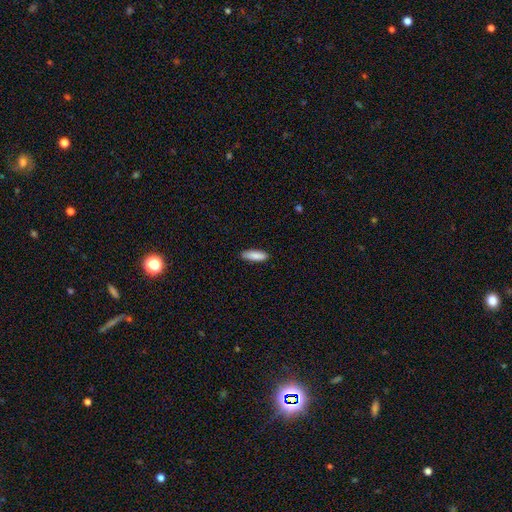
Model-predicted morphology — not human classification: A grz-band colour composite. It shows a smooth galaxy with no disk features (88%) that is cigar-shaped (52%). Merging: none (87%).